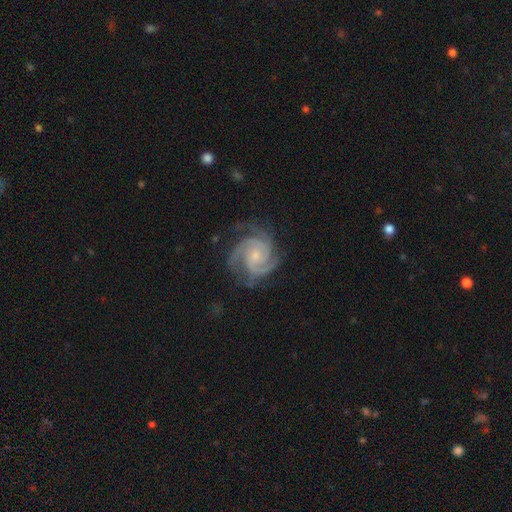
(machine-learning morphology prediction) This is clearly a featured or disk galaxy (92%). It is clearly not viewed edge-on (98%). Bar: likely no (70%). Spiral arm pattern: clearly yes (99%). Spiral arm count: likely 3 (61%). Spiral winding: likely tight (61%). Central bulge: likely small (66%). Merging: likely none (74%).